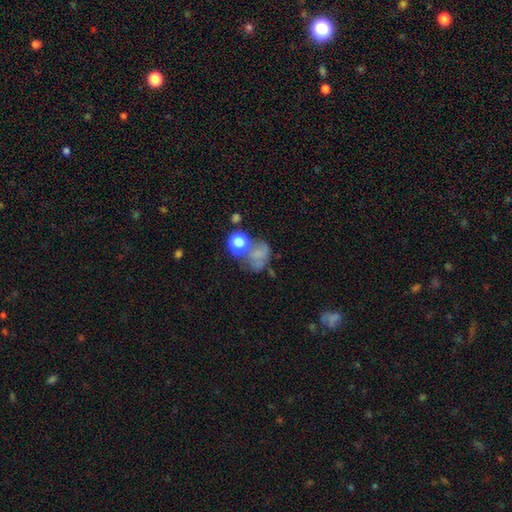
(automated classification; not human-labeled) Morphology: type=smooth (53%); roundness=in between (50%); merging=none (36%).